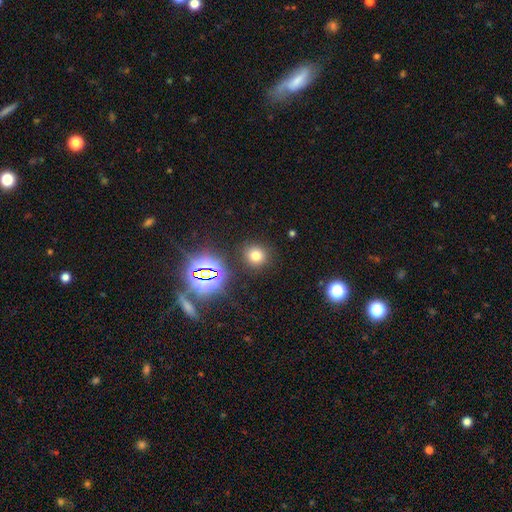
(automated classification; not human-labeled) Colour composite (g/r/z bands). It shows a smooth galaxy with no disk features (69%) that is round (88%). Merging: none (86%).